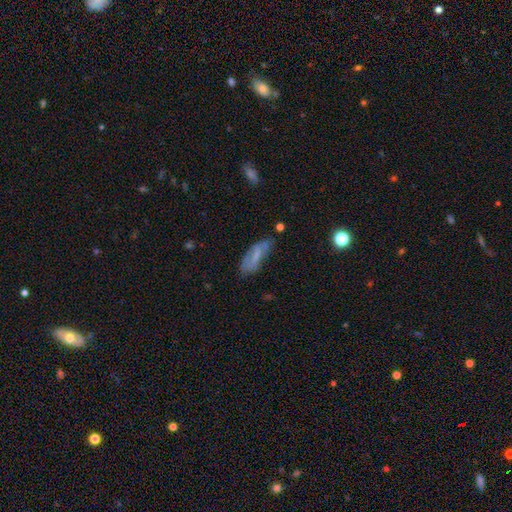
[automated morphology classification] This is possibly a smooth galaxy (55%). How rounded: possibly in between (58%). Merging: likely none (61%).